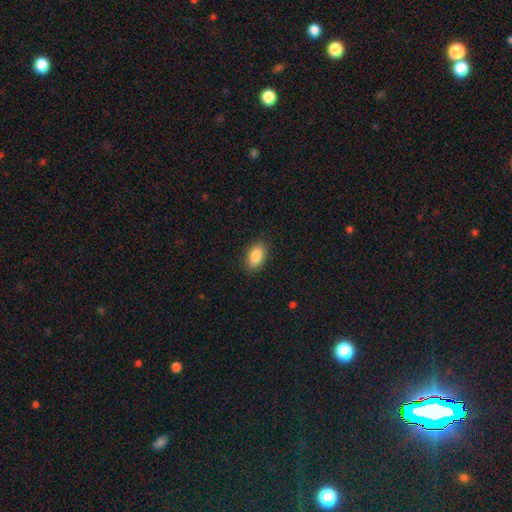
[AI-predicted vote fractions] This appears to be a smooth galaxy with no disk features (85%) that is in between round and cigar-shaped (90%). Merging: none (88%).